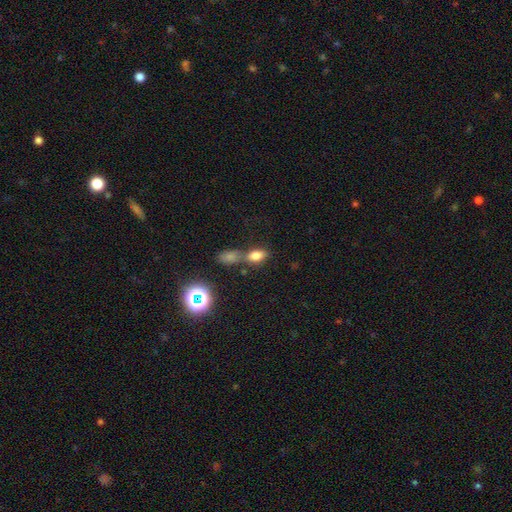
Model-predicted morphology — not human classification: The model was most divided on "merging": none: 43%, merger: 40%, minor disturbance: 11%, major disturbance: 5%. More confident: how rounded — in between (84%); smooth or featured — smooth (75%).